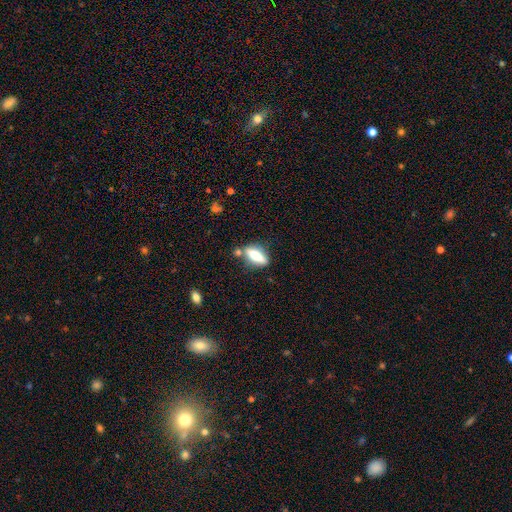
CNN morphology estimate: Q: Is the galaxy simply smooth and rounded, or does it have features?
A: smooth — 56%.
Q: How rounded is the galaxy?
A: in between — 59%.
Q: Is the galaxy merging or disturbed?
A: none — 71%.